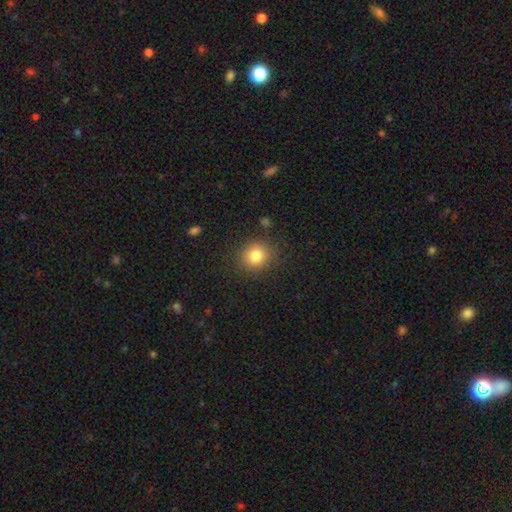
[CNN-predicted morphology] This is clearly a smooth galaxy (82%). How rounded: clearly round (84%). Merging: clearly none (87%).